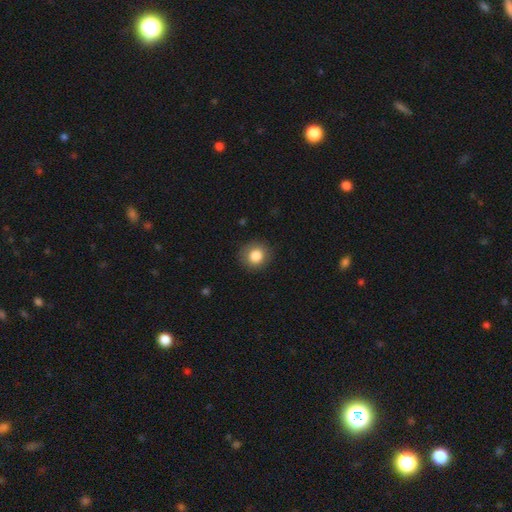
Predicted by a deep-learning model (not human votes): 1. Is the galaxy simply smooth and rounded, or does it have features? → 84% smooth, 10% star or artifact, 7% featured or disk.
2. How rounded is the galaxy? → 87% round, 13% in between, 1% cigar-shaped.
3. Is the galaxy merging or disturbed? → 86% none, 10% minor disturbance, 3% major disturbance, 1% merger.